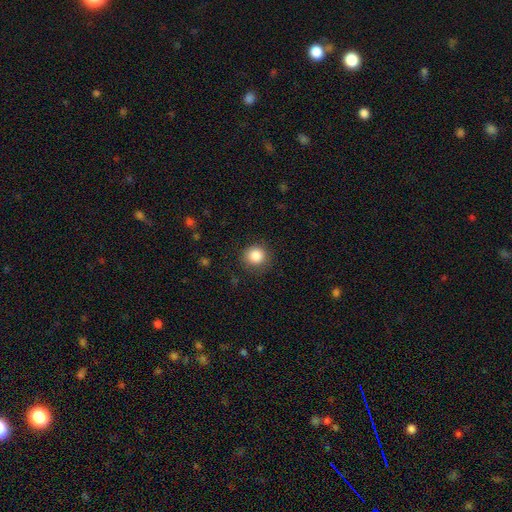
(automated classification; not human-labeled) Q: Smooth or featured?
A: smooth (86%); runner-up: star or artifact (10%)
Q: How rounded?
A: round (91%); runner-up: in between (8%)
Q: Merging?
A: none (85%); runner-up: minor disturbance (10%)